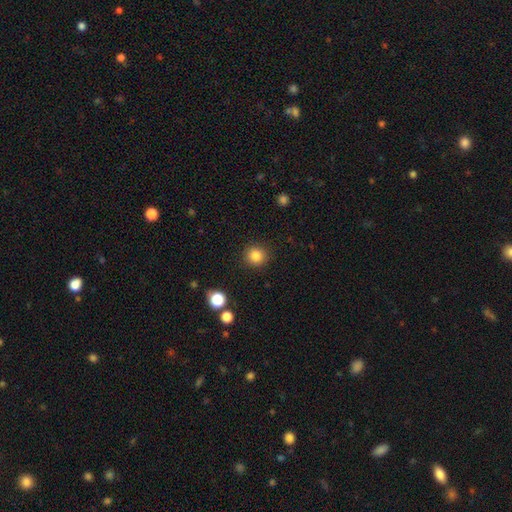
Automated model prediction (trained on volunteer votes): This appears to be a smooth galaxy with no disk features (85%) that is round (92%). Merging: none (90%).